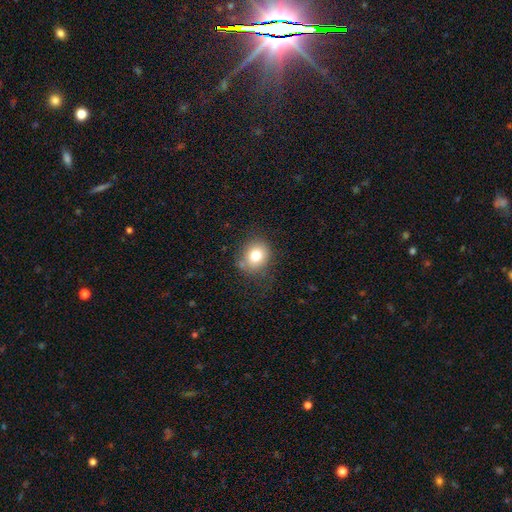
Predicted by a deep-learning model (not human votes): Smooth or featured? Predicted: smooth (p=0.77). How rounded? Predicted: round (p=0.74). Merging? Predicted: none (p=0.78).